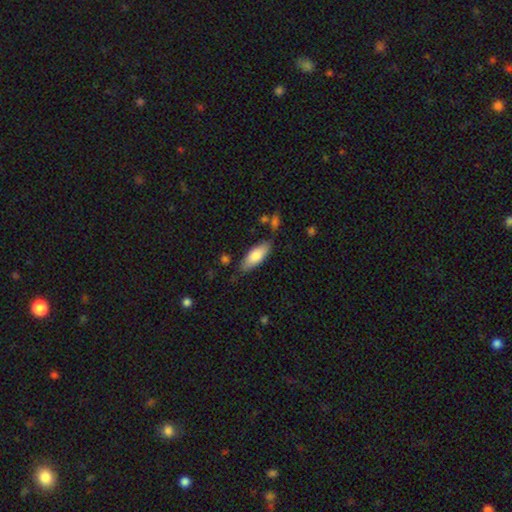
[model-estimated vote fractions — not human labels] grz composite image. It shows a smooth galaxy with no disk features (78%) that is in between round and cigar-shaped (75%). Merging: none (79%).